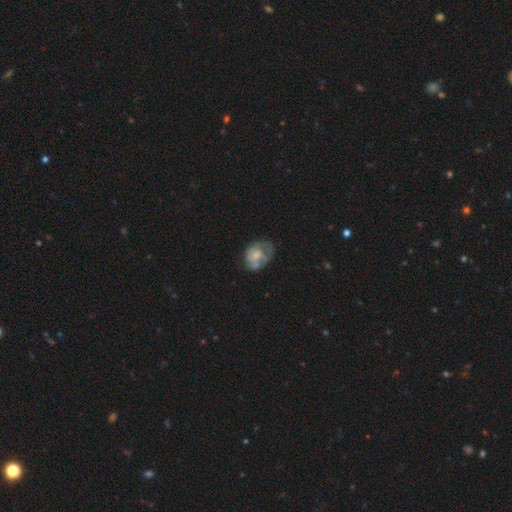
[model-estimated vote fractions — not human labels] Smooth or featured?
  - featured or disk: 49% *
  - smooth: 43%
  - star or artifact: 9%
Merging?
  - none: 42% *
  - minor disturbance: 27%
  - major disturbance: 23%
  - merger: 8%